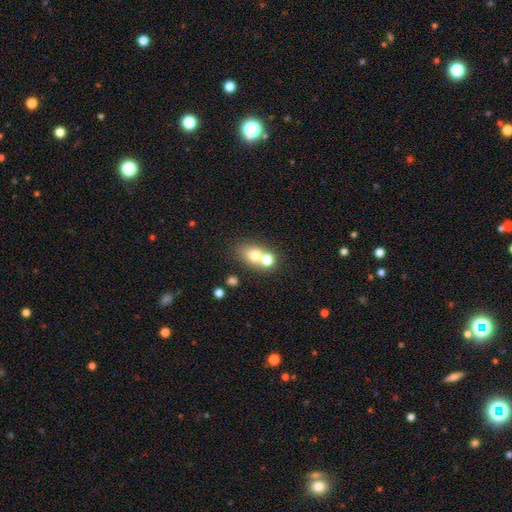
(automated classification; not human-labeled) This is likely a smooth galaxy (71%). How rounded: possibly in between (57%). Merging: marginally merger (44%).